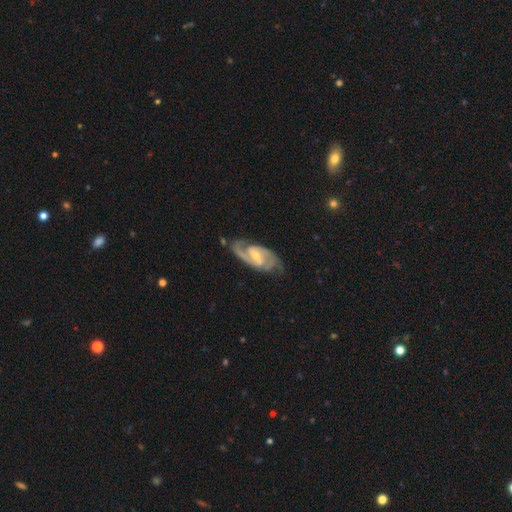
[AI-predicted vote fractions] A featured or disk galaxy (91%) with a weak bar (49%), 2 (90%) medium (56%) spiral arms (98%) and a small central bulge (55%).

Vote fractions:
- Smooth or featured? featured or disk: 91% / smooth: 5% / star or artifact: 4%
- Edge-on disk? no: 96% / yes: 4%
- Bar? weak: 49% / strong: 28% / no: 23%
- Spiral arms? yes: 98% / no: 2%
- Spiral winding? medium: 56% / tight: 30% / loose: 13%
- Spiral arm count? 2: 90% / 3: 3% / can't tell: 3% / 1: 2% / 4: 1% / more than 4: 1%
- Bulge size? small: 55% / moderate: 40% / none: 3% / large: 2% / dominant: 1%
- Merging? none: 74% / minor disturbance: 18% / major disturbance: 6% / merger: 2%